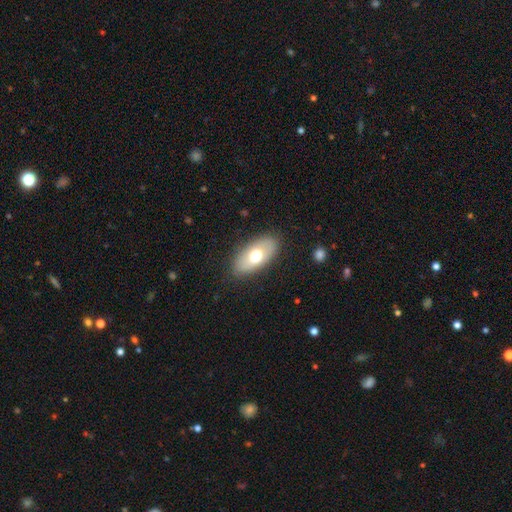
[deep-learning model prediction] This appears to be a smooth galaxy with no disk features (65%) that is in between round and cigar-shaped (91%). Merging: none (85%).